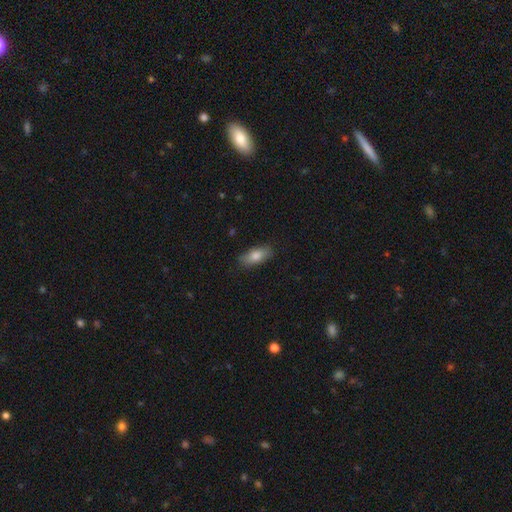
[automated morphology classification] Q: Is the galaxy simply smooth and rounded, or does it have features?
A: smooth — 80%.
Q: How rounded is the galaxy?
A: in between — 85%.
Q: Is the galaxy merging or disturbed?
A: none — 84%.